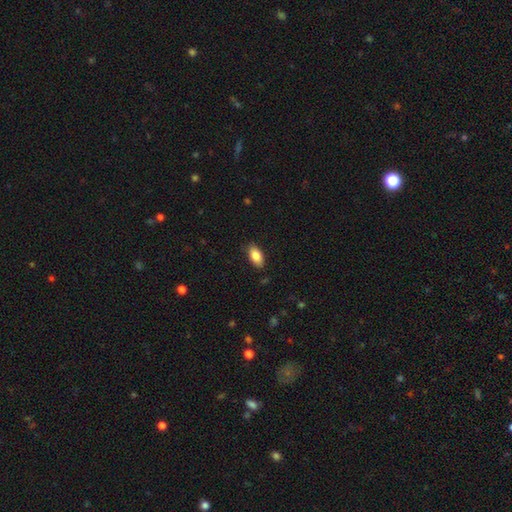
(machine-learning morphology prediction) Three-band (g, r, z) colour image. It shows a smooth galaxy with no disk features (85%) that is in between round and cigar-shaped (92%). Merging: none (85%).